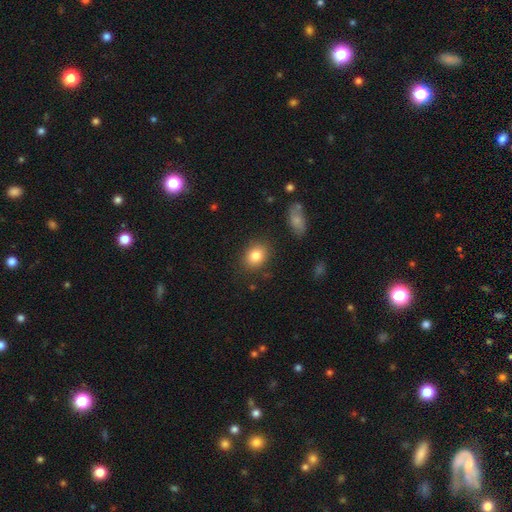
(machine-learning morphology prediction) A smooth galaxy with no disk features (83%) that is in between round and cigar-shaped (51%). Merging: none (84%).